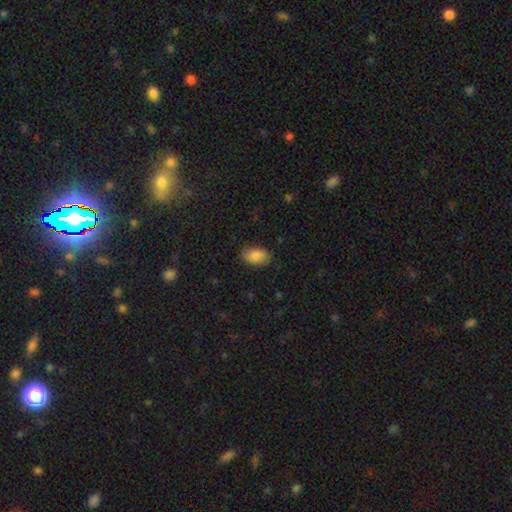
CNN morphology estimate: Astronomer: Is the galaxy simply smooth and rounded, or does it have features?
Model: smooth — 86%.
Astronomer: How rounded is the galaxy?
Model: in between — 91%.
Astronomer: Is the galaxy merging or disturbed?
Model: none — 85%.